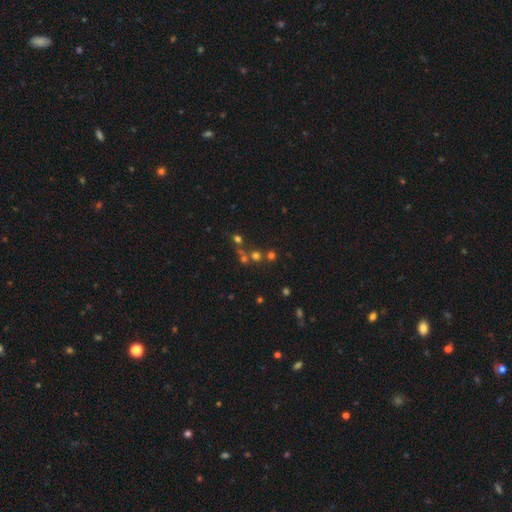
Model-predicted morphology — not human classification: A smooth galaxy with no disk features (53%) that is round (90%). Merging: none (58%).